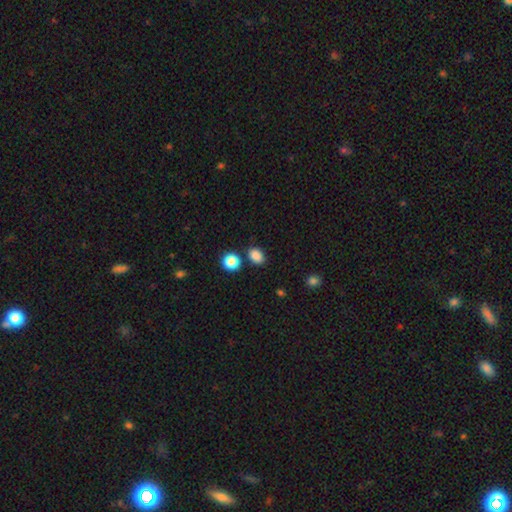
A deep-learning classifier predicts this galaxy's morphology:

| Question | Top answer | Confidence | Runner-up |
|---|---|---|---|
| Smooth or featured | smooth | 85% | star or artifact (11%) |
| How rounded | in between | 65% | round (34%) |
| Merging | none | 79% | minor disturbance (11%) |